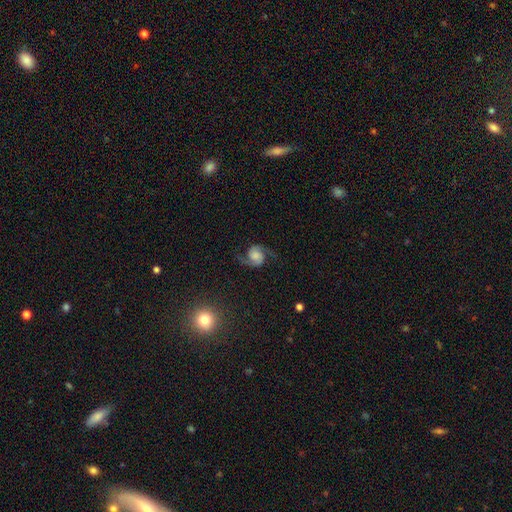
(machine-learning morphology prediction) Overall: featured or disk (85%). Edge-on disk: no (98%). Bar: no (66%; weak 27%). Spiral arms: yes (98%). Spiral arm count: 2 (94%). Spiral winding: medium (46%; loose 42%). Bulge size: moderate (26%; none 25%). Merging: none (79%).